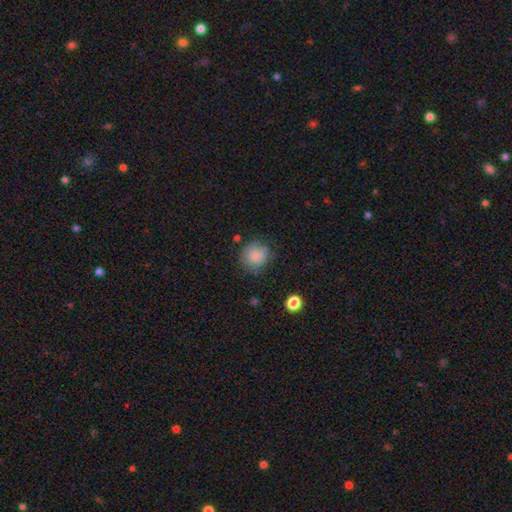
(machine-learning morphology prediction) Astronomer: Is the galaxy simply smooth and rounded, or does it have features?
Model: smooth — 80%.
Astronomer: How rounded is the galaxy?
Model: round — 88%.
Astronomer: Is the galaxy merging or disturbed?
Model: none — 69%.